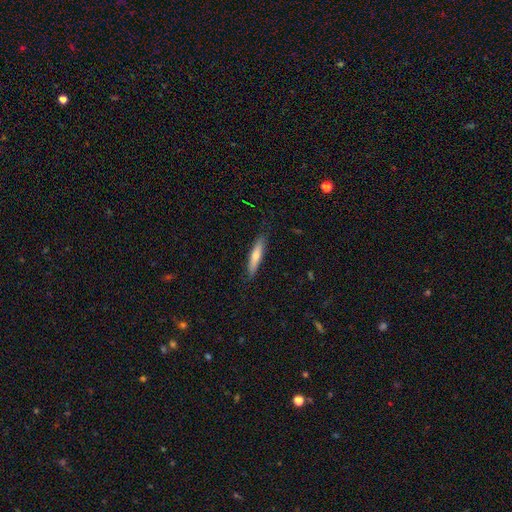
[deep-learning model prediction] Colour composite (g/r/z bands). It shows a smooth galaxy with no disk features (61%) that is cigar-shaped (87%). Merging: none (87%).